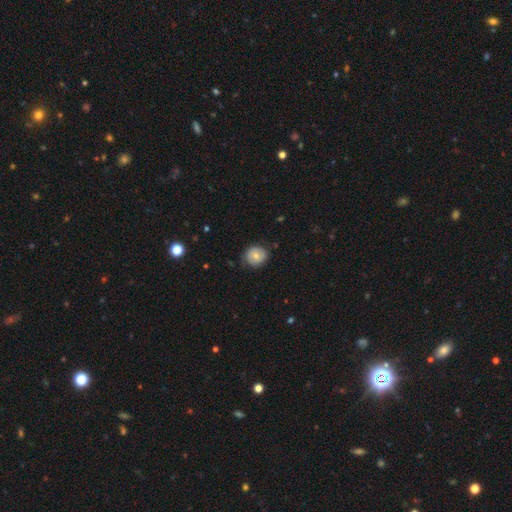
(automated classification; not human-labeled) Morphology: type=smooth (65%); roundness=round (81%); merging=none (75%).